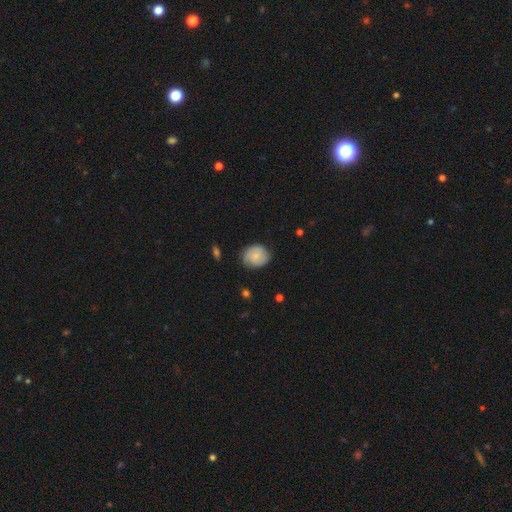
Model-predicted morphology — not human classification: Smooth or featured: smooth — 53% (featured or disk — 39%)
How rounded: round — 70% (in between — 29%)
Merging: none — 71% (minor disturbance — 22%)